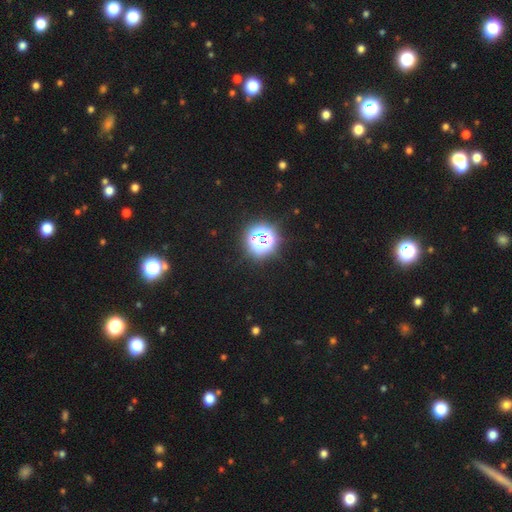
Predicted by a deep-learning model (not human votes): smooth_or_featured: star or artifact (p=0.73) [alt: smooth p=0.20]